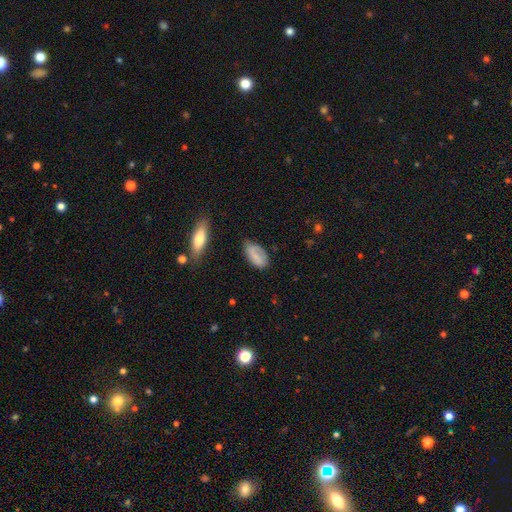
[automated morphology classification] smooth_or_featured: smooth (p=0.69) [alt: featured or disk p=0.23]
how_rounded: in between (p=0.91) [alt: cigar-shaped p=0.05]
merging: none (p=0.58) [alt: minor disturbance p=0.29]